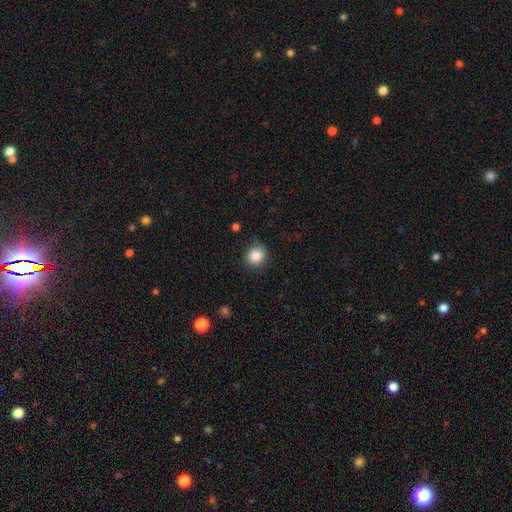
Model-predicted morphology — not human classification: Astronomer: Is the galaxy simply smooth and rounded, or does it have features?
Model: smooth — 86%.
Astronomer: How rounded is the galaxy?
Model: round — 83%.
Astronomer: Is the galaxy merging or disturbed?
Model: none — 80%.